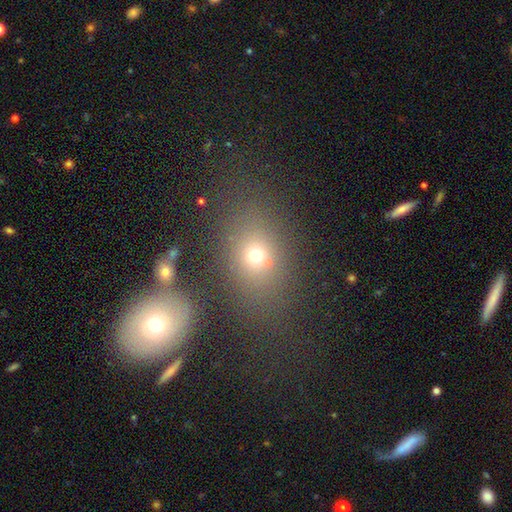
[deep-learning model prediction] smooth 67%, star or artifact 19%, featured or disk 14%. Down the decision tree: how rounded — in between (55%); merging — none (69%).